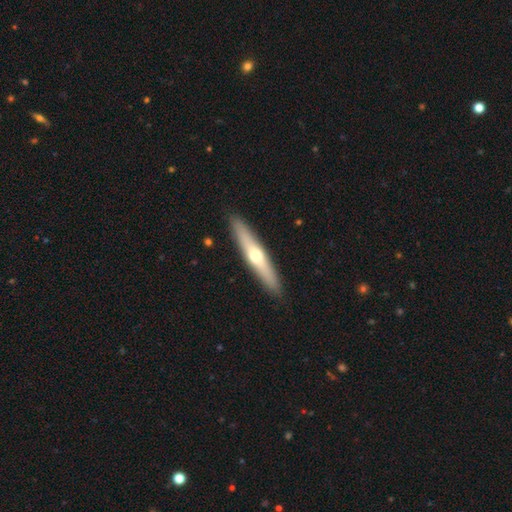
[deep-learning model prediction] Q: Smooth or featured?
A: featured or disk (52%); runner-up: smooth (43%)
Q: Edge-on disk?
A: yes (92%); runner-up: no (8%)
Q: Merging?
A: none (91%); runner-up: minor disturbance (6%)